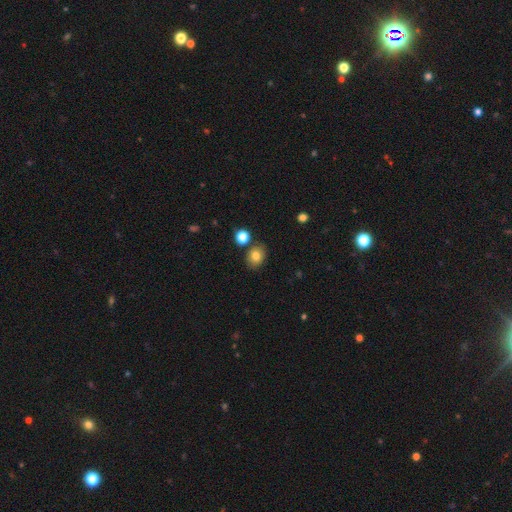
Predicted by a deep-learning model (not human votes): A smooth galaxy with no disk features (80%) that is in between round and cigar-shaped (50%).

Vote fractions:
- Smooth or featured? smooth: 80% / star or artifact: 11% / featured or disk: 9%
- How rounded? in between: 50% / round: 49% / cigar-shaped: 1%
- Merging? none: 80% / minor disturbance: 11% / merger: 6% / major disturbance: 3%